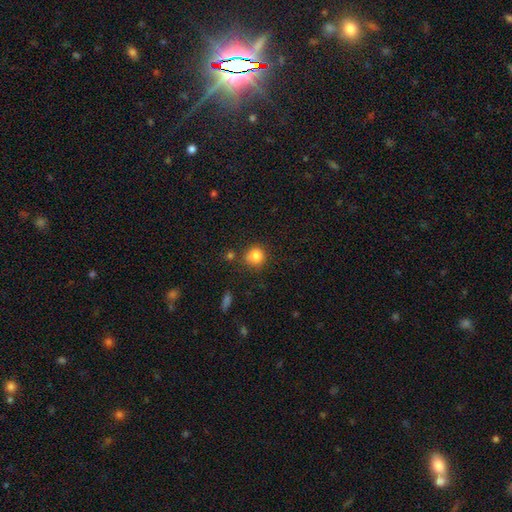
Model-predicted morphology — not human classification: smooth_or_featured: smooth (p=0.84) [alt: star or artifact p=0.11]
how_rounded: round (p=0.85) [alt: in between p=0.14]
merging: none (p=0.72) [alt: minor disturbance p=0.16]